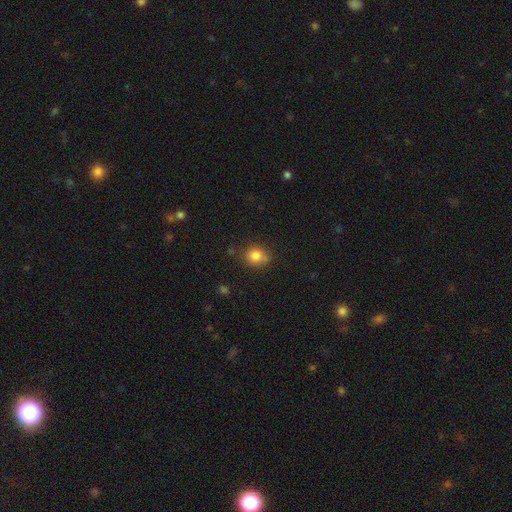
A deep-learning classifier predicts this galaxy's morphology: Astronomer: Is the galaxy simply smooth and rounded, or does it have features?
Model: smooth — 82%.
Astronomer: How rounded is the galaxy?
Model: round — 78%.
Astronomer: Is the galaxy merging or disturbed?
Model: none — 71%.